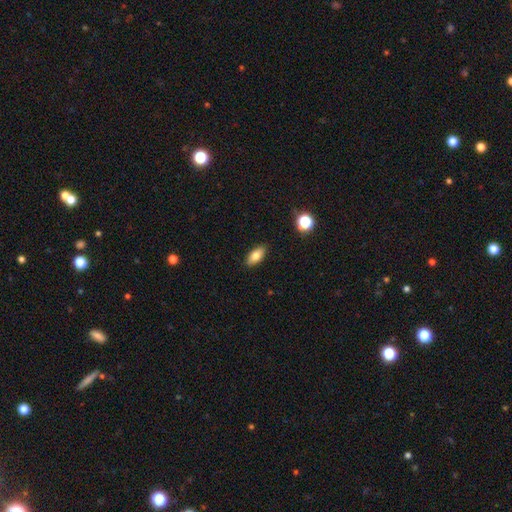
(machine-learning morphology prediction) smooth 79%, featured or disk 13%, star or artifact 9%. Down the decision tree: how rounded — in between (85%); merging — none (89%).